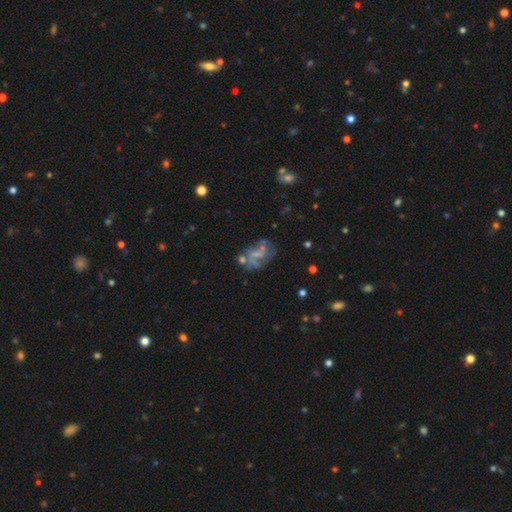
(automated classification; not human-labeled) The model was most divided on "merging": none: 37%, major disturbance: 24%, minor disturbance: 20%, merger: 19%. More confident: edge-on disk — no (97%); bar — no (63%); smooth or featured — featured or disk (59%); spiral arms — no (58%); bulge size — none (51%).